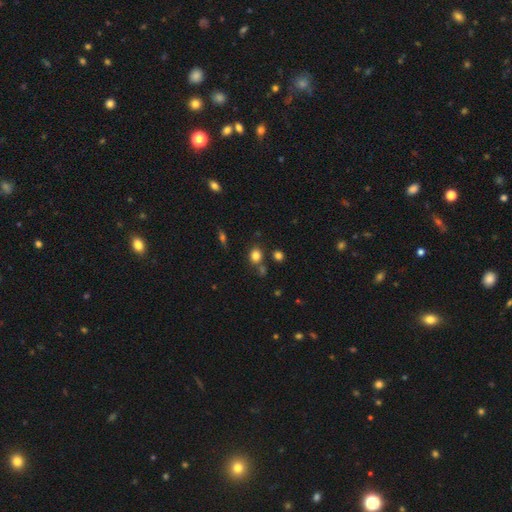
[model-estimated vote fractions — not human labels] Morphology: type=smooth (80%); roundness=round (63%); merging=none (73%).